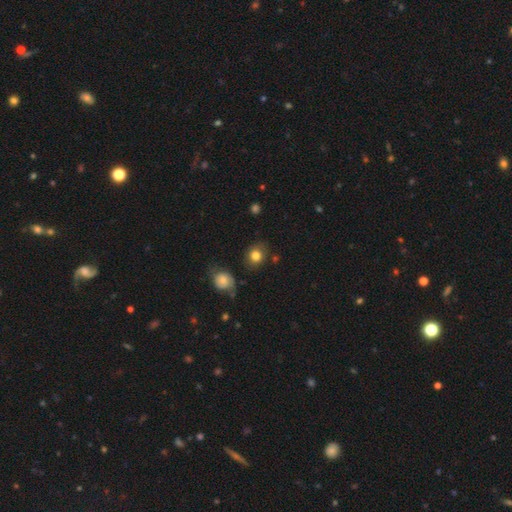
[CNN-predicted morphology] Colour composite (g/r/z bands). It shows a smooth galaxy with no disk features (82%) that is round (73%). Merging: none (80%).